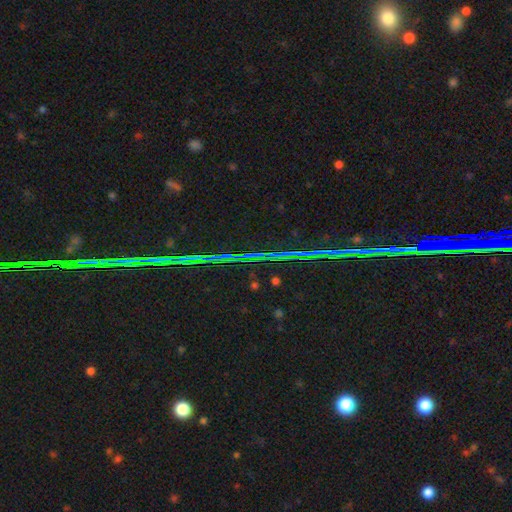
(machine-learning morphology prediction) A star or artifact, not a galaxy (85%).